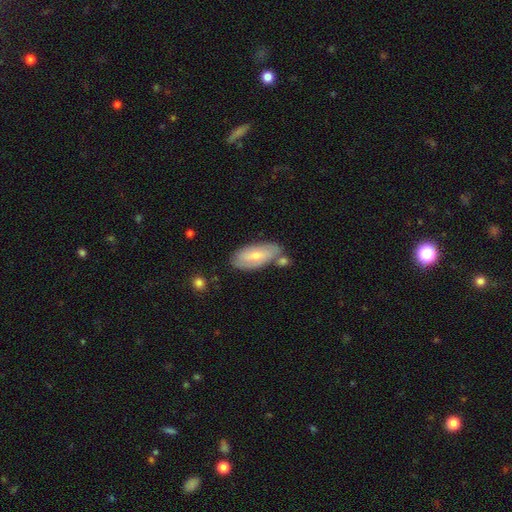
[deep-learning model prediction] This is possibly a smooth galaxy (49%). Merging: likely none (61%).